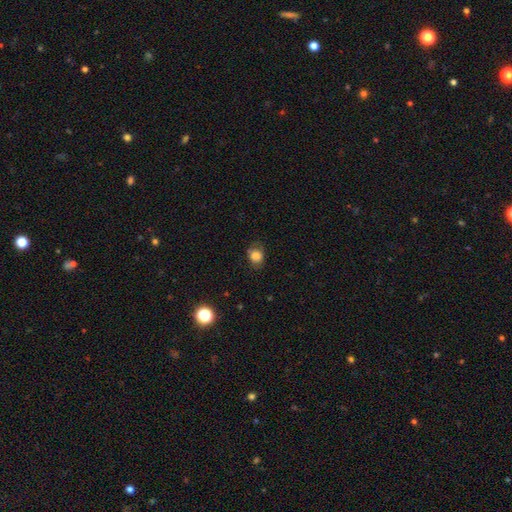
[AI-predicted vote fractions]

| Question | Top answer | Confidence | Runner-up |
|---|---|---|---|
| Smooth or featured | smooth | 81% | star or artifact (11%) |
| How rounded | round | 60% | in between (39%) |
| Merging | none | 66% | minor disturbance (24%) |